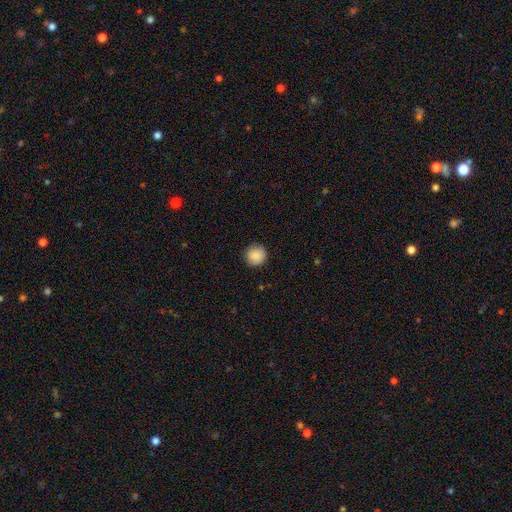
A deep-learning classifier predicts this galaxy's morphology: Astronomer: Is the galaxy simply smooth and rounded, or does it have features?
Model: smooth — 88%.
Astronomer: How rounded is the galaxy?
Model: round — 93%.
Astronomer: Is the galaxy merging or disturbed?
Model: none — 88%.